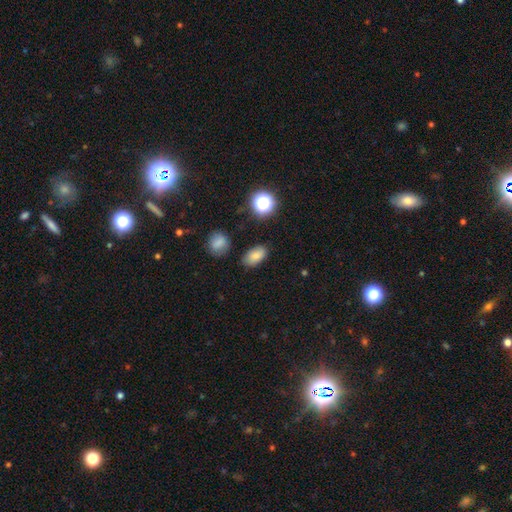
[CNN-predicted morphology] smooth 81%, star or artifact 12%, featured or disk 7%. Down the decision tree: how rounded — in between (90%); merging — none (81%).